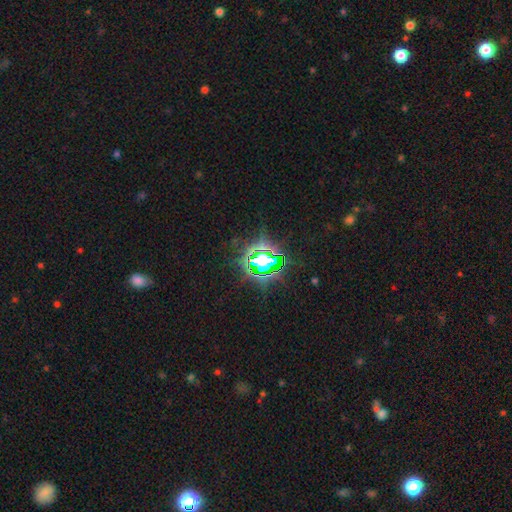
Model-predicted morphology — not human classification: The model was most divided on "smooth or featured": star or artifact: 80%, smooth: 11%, featured or disk: 8%.